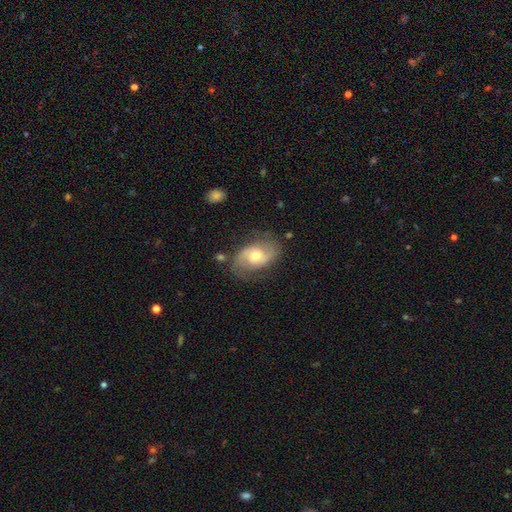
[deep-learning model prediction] A featured or disk galaxy (75%) with no bar (56%), 2 (88%) medium (48%) spiral arms (91%) and a moderate central bulge (68%). Merging: none (71%).